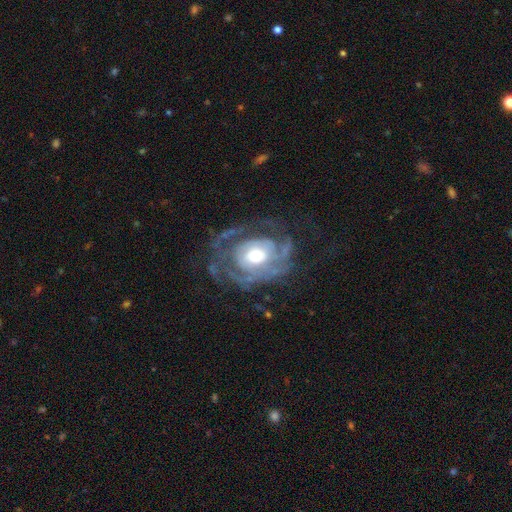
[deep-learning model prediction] The model was most divided on "spiral arm count": can't tell: 40%, 2: 23%, 3: 16%, 1: 8%, 4: 8%, more than 4: 6%. More confident: edge-on disk — no (97%); spiral arms — yes (85%); smooth or featured — featured or disk (82%); bar — no (70%); bulge size — moderate (62%); spiral winding — tight (57%); merging — none (53%).